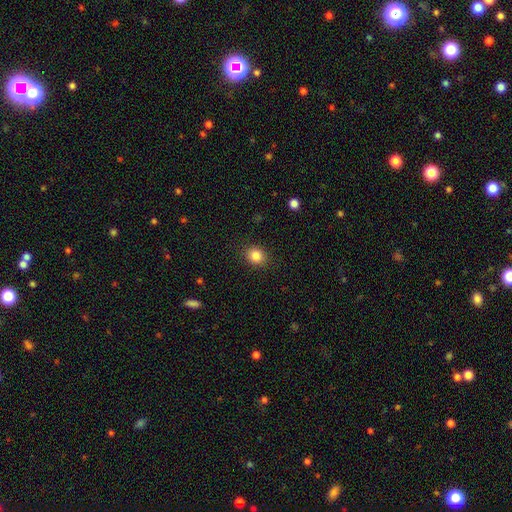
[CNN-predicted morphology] Smooth or featured? Predicted: smooth (p=0.85). How rounded? Predicted: round (p=0.70). Merging? Predicted: none (p=0.88).